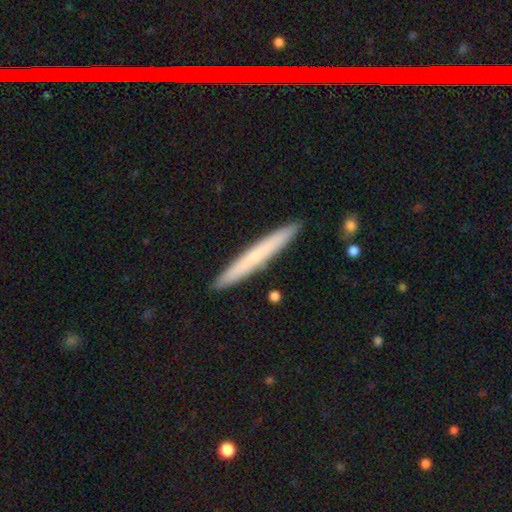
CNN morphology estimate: Q: Smooth or featured?
A: smooth (64%); runner-up: featured or disk (31%)
Q: How rounded?
A: cigar-shaped (97%); runner-up: in between (2%)
Q: Merging?
A: none (91%); runner-up: minor disturbance (6%)